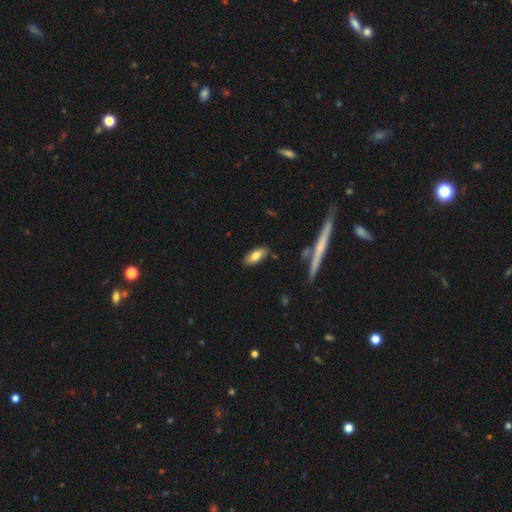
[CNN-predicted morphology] Smooth or featured: smooth — 76% (featured or disk — 17%)
How rounded: in between — 84% (cigar-shaped — 13%)
Merging: none — 85% (minor disturbance — 11%)